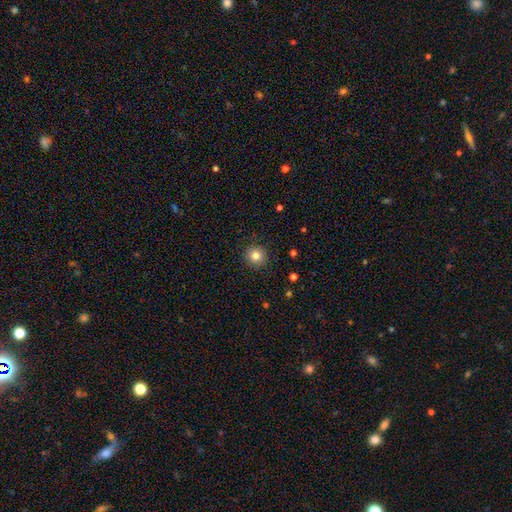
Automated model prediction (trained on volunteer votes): Morphology: type=smooth (82%); roundness=round (94%); merging=none (91%).